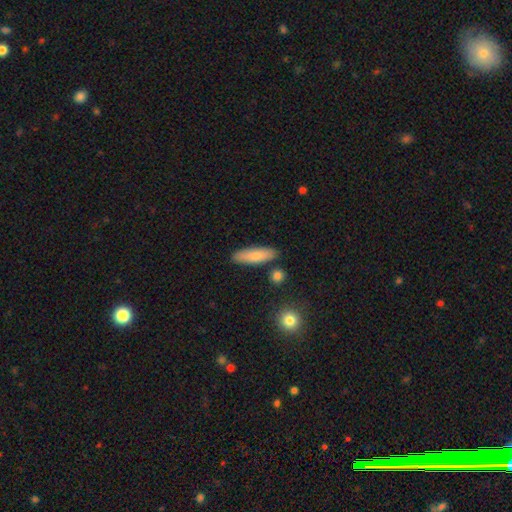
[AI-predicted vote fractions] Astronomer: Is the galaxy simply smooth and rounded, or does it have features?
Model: smooth — 78%.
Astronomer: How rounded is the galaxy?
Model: cigar-shaped — 50% (runner-up: in between, 48%).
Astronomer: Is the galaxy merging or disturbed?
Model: none — 84%.